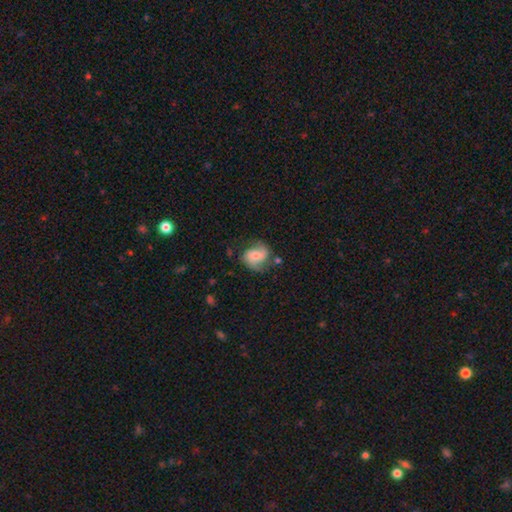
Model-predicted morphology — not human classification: This appears to be a featured or disk galaxy (59%) with no bar (51%), 2 (83%) medium (45%) spiral arms (90%) and a moderate central bulge (46%). Merging: none (62%).